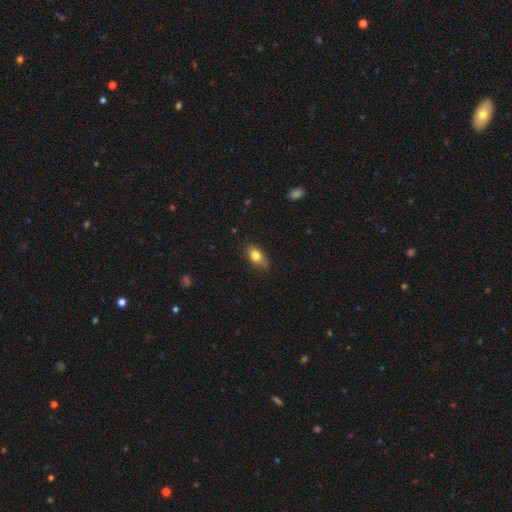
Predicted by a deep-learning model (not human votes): Q: Smooth or featured?
A: smooth (75%); runner-up: featured or disk (17%)
Q: How rounded?
A: in between (84%); runner-up: cigar-shaped (9%)
Q: Merging?
A: none (81%); runner-up: minor disturbance (15%)